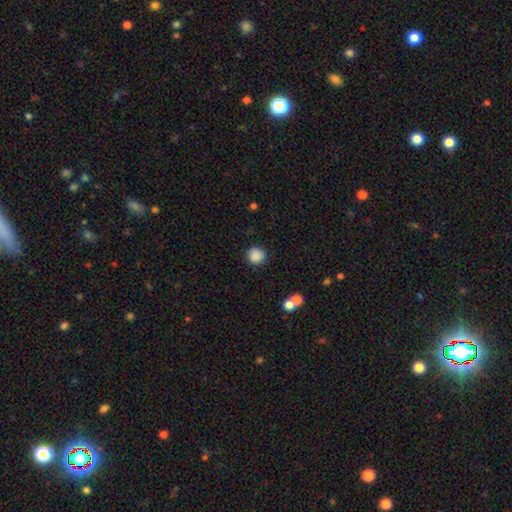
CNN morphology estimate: smooth_or_featured: smooth (p=0.87) [alt: star or artifact p=0.09]
how_rounded: round (p=0.93) [alt: in between p=0.07]
merging: none (p=0.86) [alt: minor disturbance p=0.08]